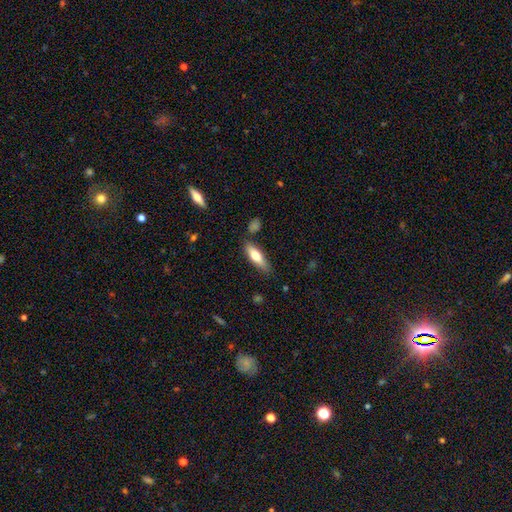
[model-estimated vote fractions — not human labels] Smooth or featured? smooth (65%)
How rounded? cigar-shaped (52%)
Merging? none (79%)